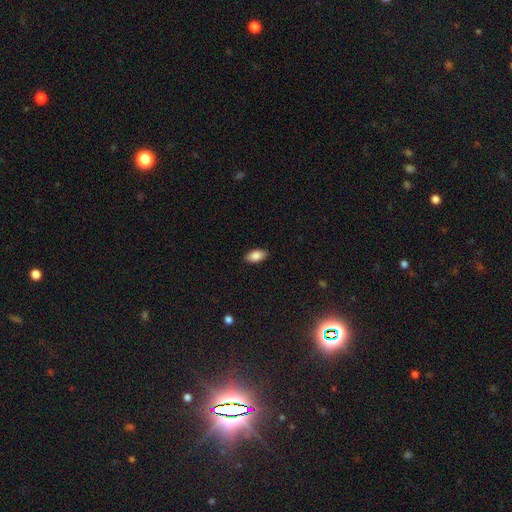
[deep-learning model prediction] smooth_or_featured: smooth (p=0.86) [alt: star or artifact p=0.07]
how_rounded: in between (p=0.93) [alt: round p=0.04]
merging: none (p=0.89) [alt: minor disturbance p=0.09]